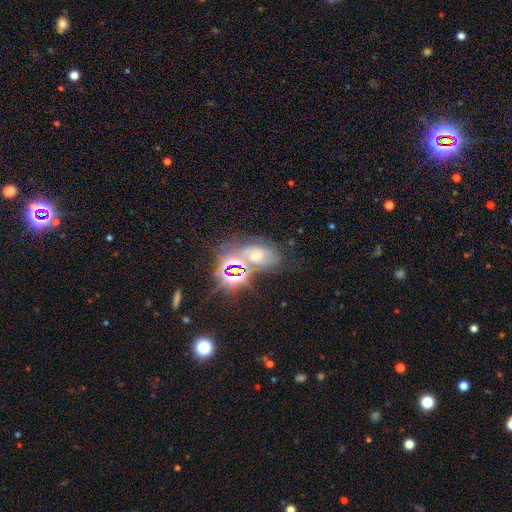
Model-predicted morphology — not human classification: Q: Smooth or featured?
A: star or artifact (54%); runner-up: featured or disk (26%)